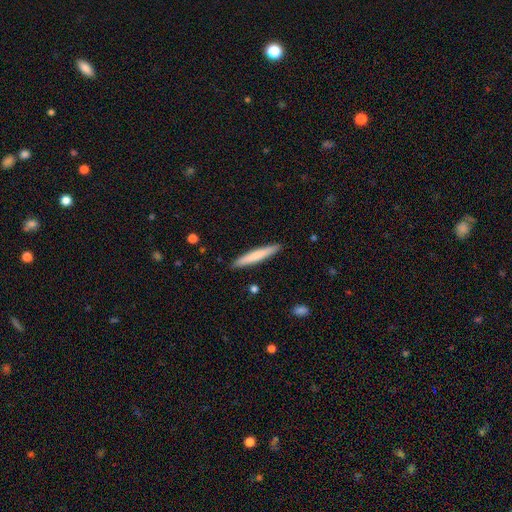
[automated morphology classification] smooth_or_featured: smooth (p=0.70) [alt: featured or disk p=0.25]
how_rounded: cigar-shaped (p=0.95) [alt: in between p=0.04]
merging: none (p=0.91) [alt: minor disturbance p=0.07]